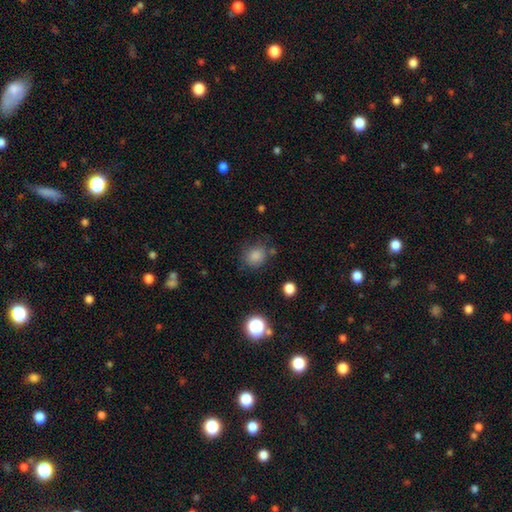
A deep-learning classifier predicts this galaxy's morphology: The model was most divided on "how rounded": round: 75%, in between: 24%, cigar-shaped: 1%. More confident: smooth or featured — smooth (82%); merging — none (73%).